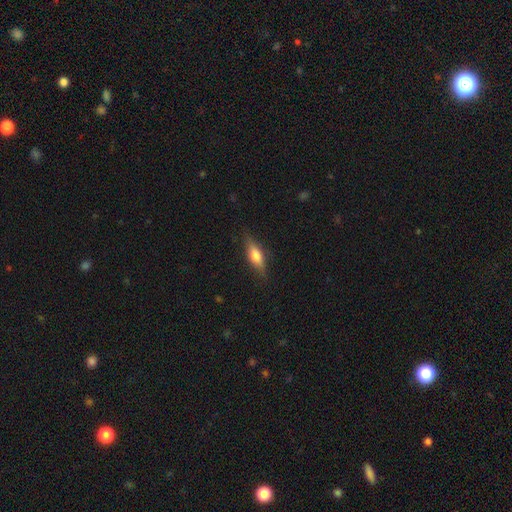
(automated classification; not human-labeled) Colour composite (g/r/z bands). It shows a smooth galaxy with no disk features (59%) that is in between round and cigar-shaped (53%). Merging: none (82%).